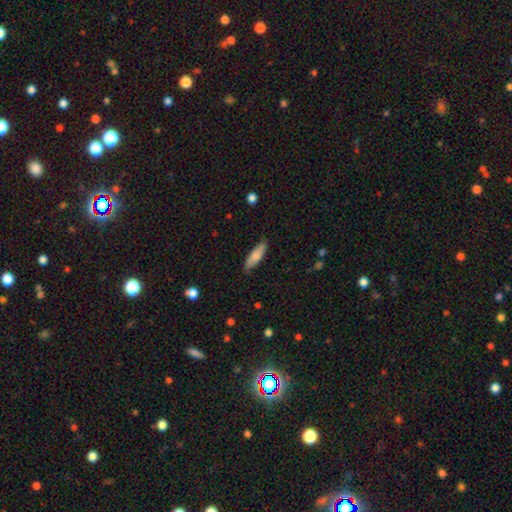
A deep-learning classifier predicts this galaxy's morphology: Smooth or featured? smooth (77%)
How rounded? cigar-shaped (51%)
Merging? none (82%)